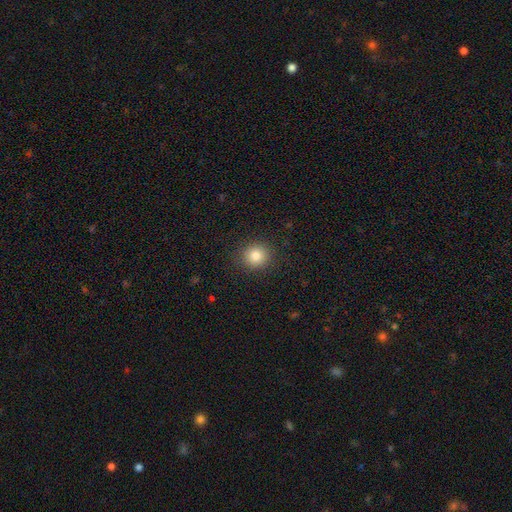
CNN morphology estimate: Overall: smooth (83%). How rounded: round (88%). Merging: none (90%).